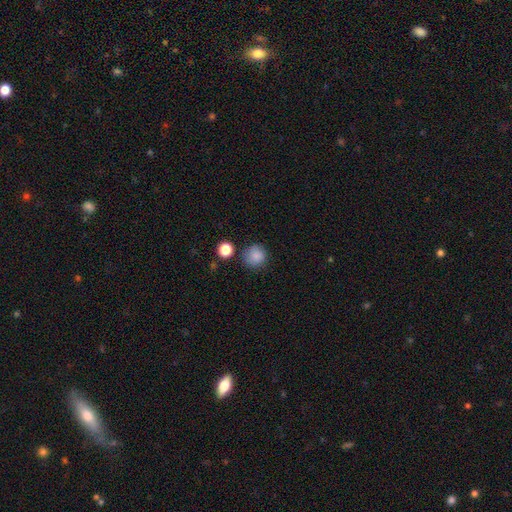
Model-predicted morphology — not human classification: Smooth or featured: smooth — 86% (star or artifact — 10%)
How rounded: round — 92% (in between — 7%)
Merging: none — 81% (minor disturbance — 12%)